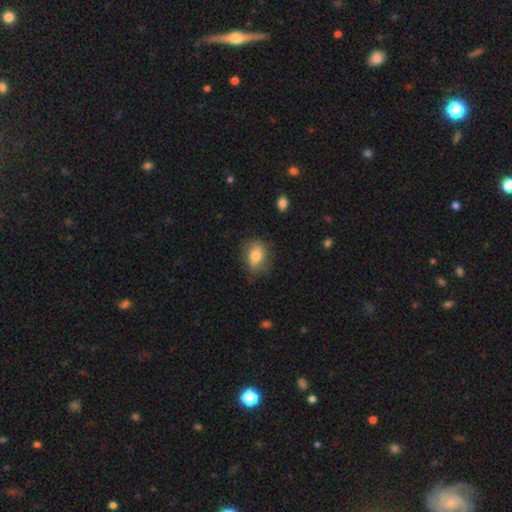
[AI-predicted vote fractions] smooth-or-featured: smooth: 71% | featured or disk: 21% | star or artifact: 8%
  how-rounded: in between: 67% | round: 32% | cigar-shaped: 2%
  merging: none: 72% | minor disturbance: 21% | major disturbance: 6% | merger: 1%